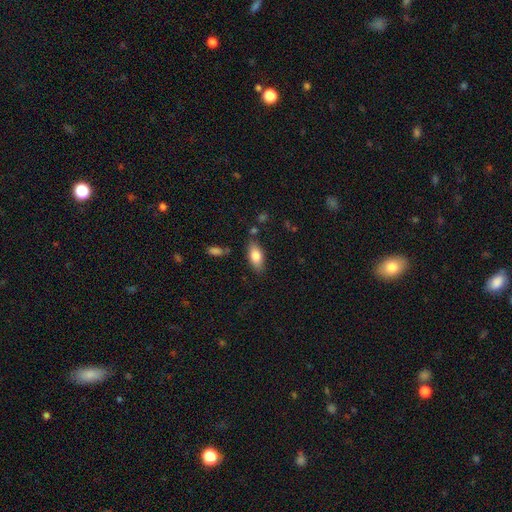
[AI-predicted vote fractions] Smooth or featured? Predicted: smooth (p=0.79). How rounded? Predicted: in between (p=0.88). Merging? Predicted: none (p=0.80).